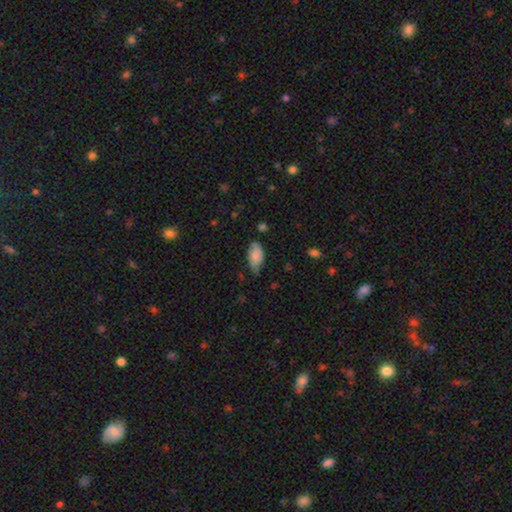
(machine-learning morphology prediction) type=smooth (73%); roundness=in between (93%); merging=none (56%).